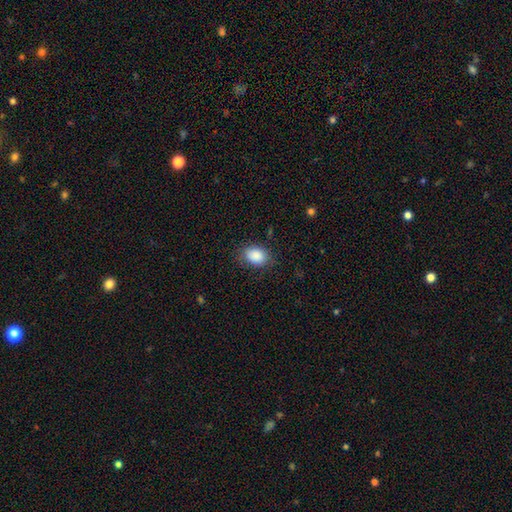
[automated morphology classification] This appears to be a smooth galaxy with no disk features (88%) that is in between round and cigar-shaped (78%). Merging: none (81%).